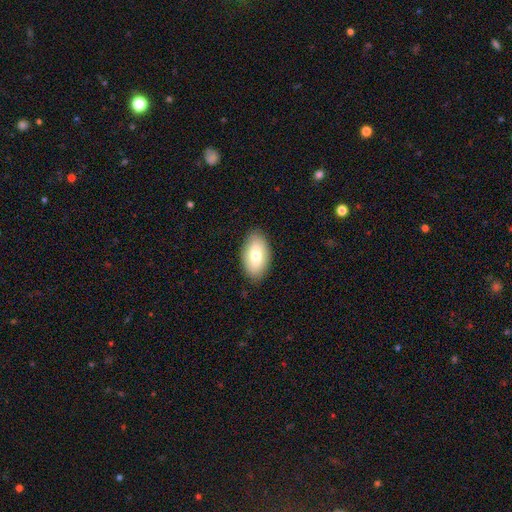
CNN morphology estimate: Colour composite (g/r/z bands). It shows a smooth galaxy with no disk features (74%) that is in between round and cigar-shaped (94%). Merging: none (87%).